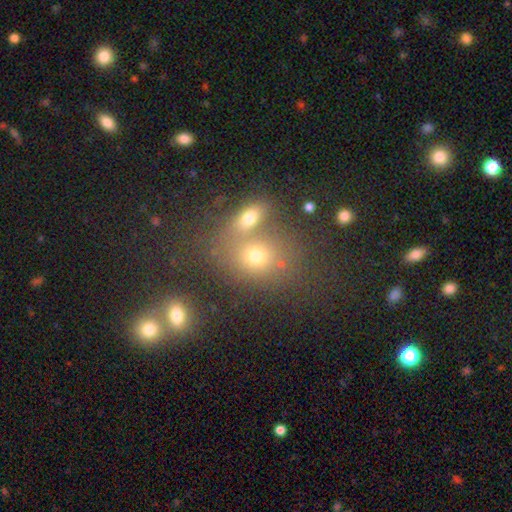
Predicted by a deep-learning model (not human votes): Smooth or featured?
  - smooth: 68% *
  - star or artifact: 17%
  - featured or disk: 15%
How rounded?
  - round: 50% *
  - in between: 48%
  - cigar-shaped: 2%
Merging?
  - merger: 42% * (tied)
  - none: 42% * (tied)
  - minor disturbance: 10%
  - major disturbance: 6%